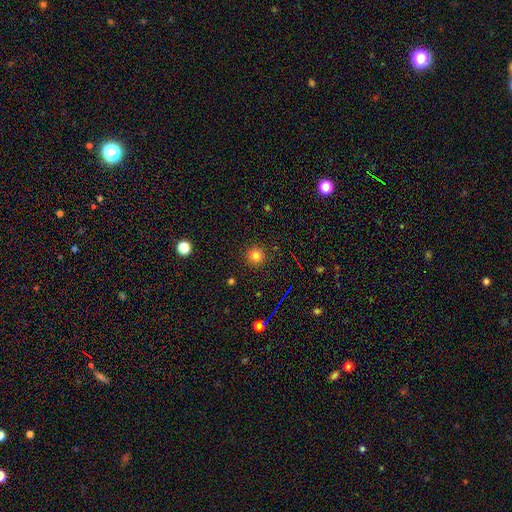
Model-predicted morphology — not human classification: This is likely a smooth galaxy (79%). How rounded: clearly round (95%). Merging: clearly none (91%).